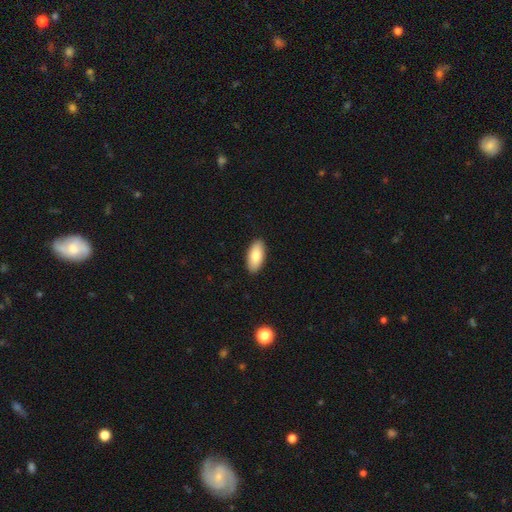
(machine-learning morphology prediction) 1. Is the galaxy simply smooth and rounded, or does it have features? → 83% smooth, 11% featured or disk, 6% star or artifact.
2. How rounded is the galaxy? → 91% in between, 7% cigar-shaped, 2% round.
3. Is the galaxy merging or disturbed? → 90% none, 8% minor disturbance, 2% major disturbance, 1% merger.